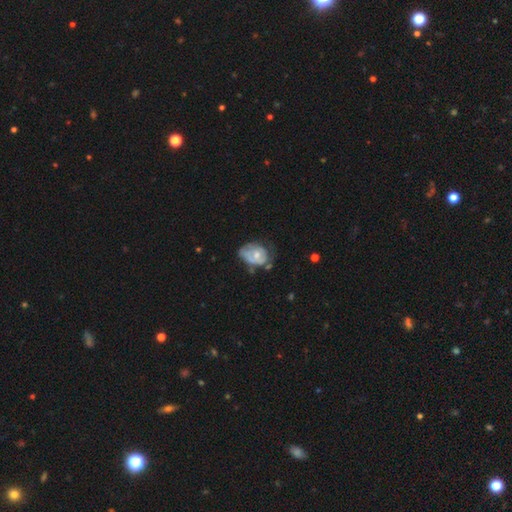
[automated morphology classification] Overall: featured or disk (52%; smooth 42%). Edge-on disk: no (96%). Merging: minor disturbance (36%; none 35%).